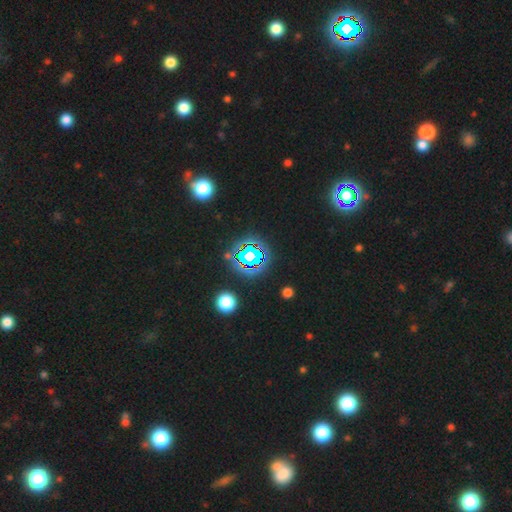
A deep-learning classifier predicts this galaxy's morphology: Smooth or featured? star or artifact (80%)